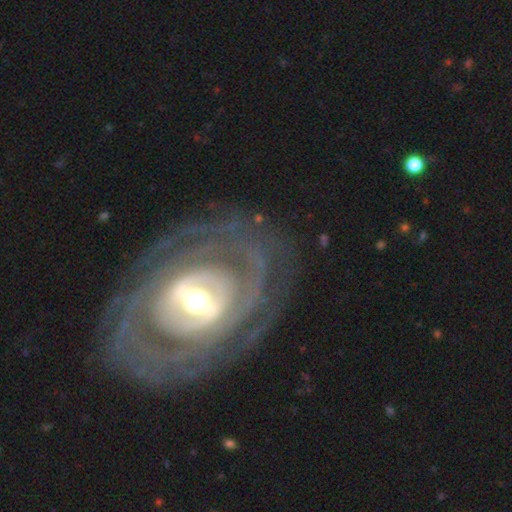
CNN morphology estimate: This appears to be a featured or disk galaxy (85%) with a strong bar (41%), tight (75%) spiral arms (83%) and a moderate central bulge (61%). Merging: none (78%).